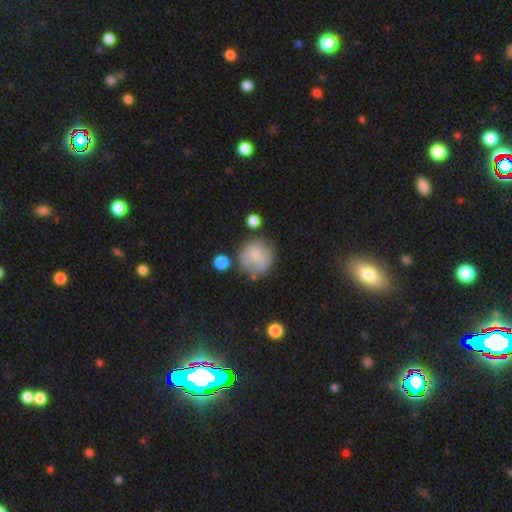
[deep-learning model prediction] This is likely a smooth galaxy (61%). How rounded: clearly round (91%). Merging: possibly none (59%).